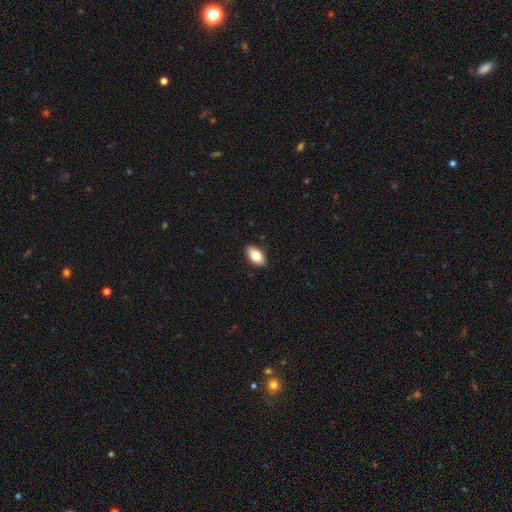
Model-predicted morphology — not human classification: type=smooth (80%); roundness=in between (93%); merging=none (90%).